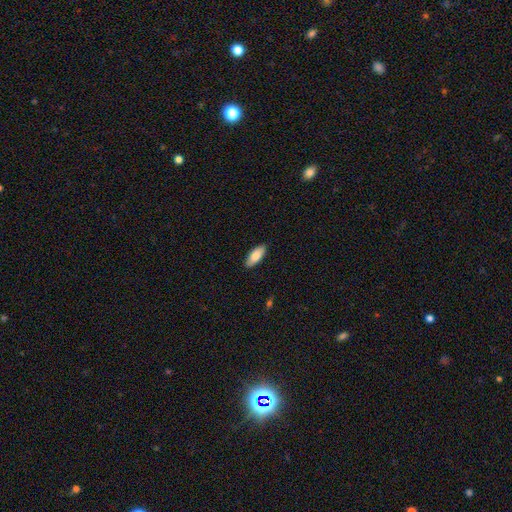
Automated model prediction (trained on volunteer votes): Morphology: type=smooth (83%); roundness=in between (83%); merging=none (89%).